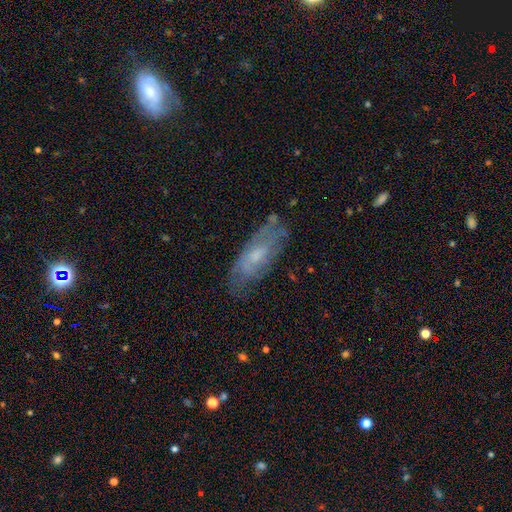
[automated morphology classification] This appears to be a featured or disk galaxy (56%). Merging: none (72%).